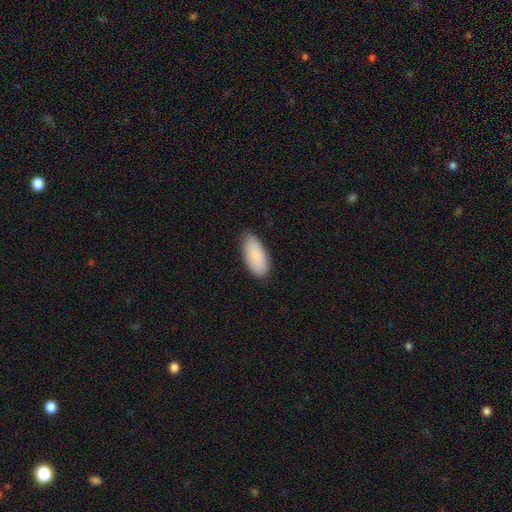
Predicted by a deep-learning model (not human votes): This appears to be a smooth galaxy with no disk features (87%) that is in between round and cigar-shaped (91%). Merging: none (83%).